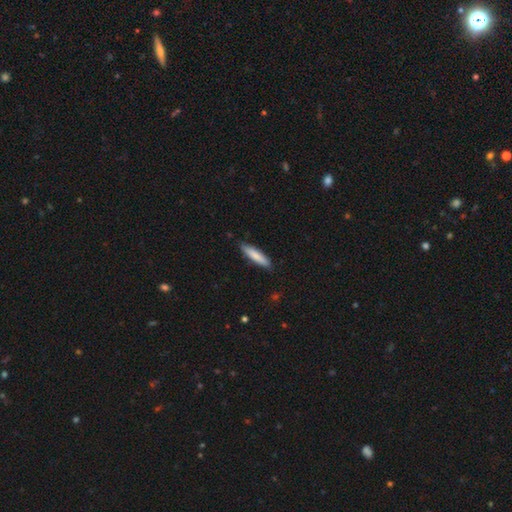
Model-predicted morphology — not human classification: Smooth or featured? smooth (80%)
How rounded? cigar-shaped (82%)
Merging? none (85%)